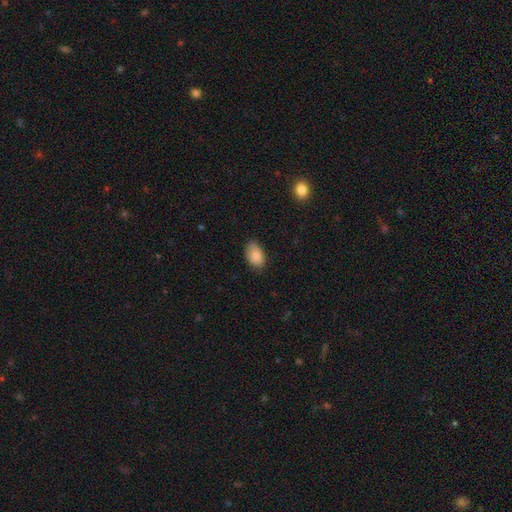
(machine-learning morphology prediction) Smooth or featured? smooth (86%)
How rounded? in between (90%)
Merging? none (76%)